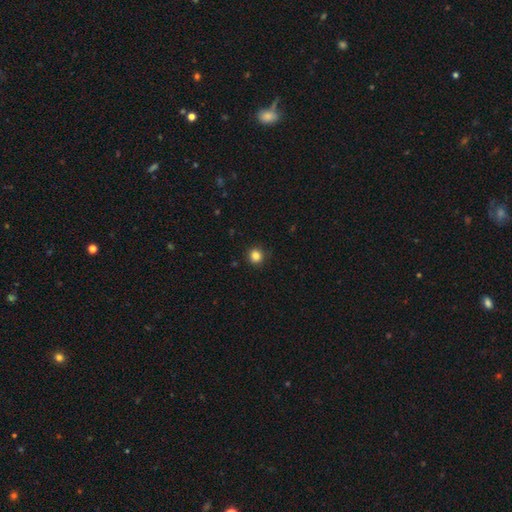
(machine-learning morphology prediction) Smooth or featured: smooth — 84% (star or artifact — 12%)
How rounded: round — 92% (in between — 7%)
Merging: none — 90% (minor disturbance — 7%)